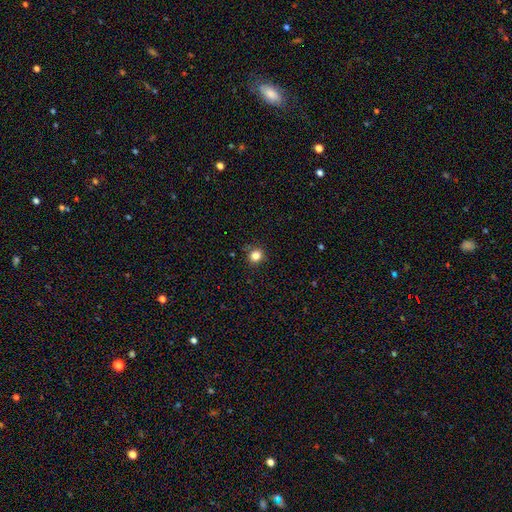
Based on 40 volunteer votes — This is clearly a smooth galaxy (90%). How rounded: likely round (78%). Merging: clearly none (94%).